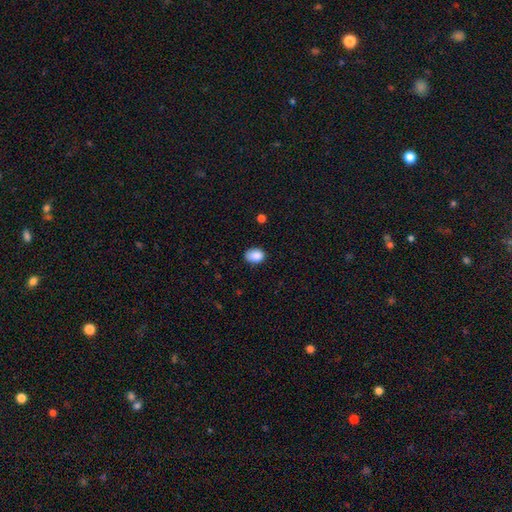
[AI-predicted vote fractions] Smooth or featured?
  - smooth: 88% *
  - star or artifact: 8%
  - featured or disk: 4%
How rounded?
  - in between: 74% *
  - round: 25%
  - cigar-shaped: 1%
Merging?
  - none: 75% *
  - minor disturbance: 20%
  - major disturbance: 3%
  - merger: 1%